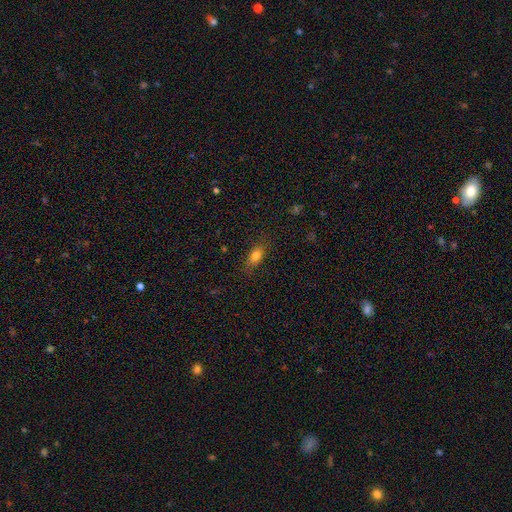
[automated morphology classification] Smooth or featured: smooth — 80% (star or artifact — 10%)
How rounded: in between — 79% (cigar-shaped — 11%)
Merging: none — 82% (minor disturbance — 13%)